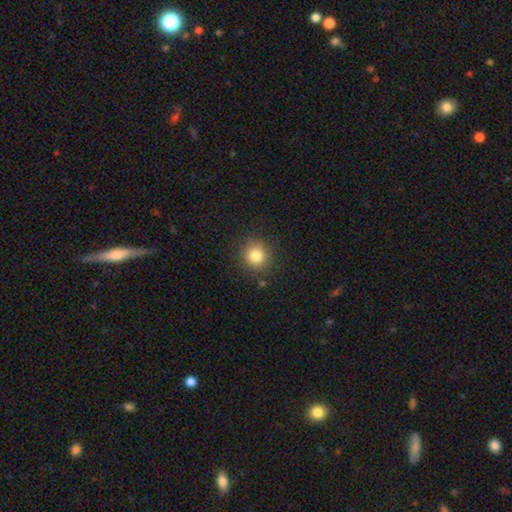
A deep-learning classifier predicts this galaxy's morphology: This is clearly a smooth galaxy (82%). How rounded: clearly round (91%). Merging: clearly none (87%).